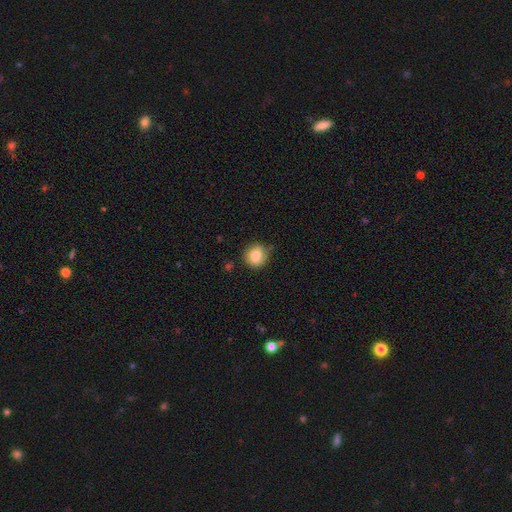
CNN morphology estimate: A smooth galaxy with no disk features (84%) that is round (83%). Merging: none (72%).